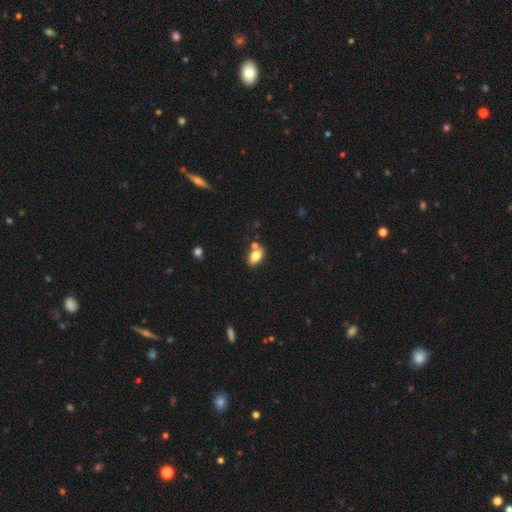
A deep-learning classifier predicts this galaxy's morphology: This appears to be a smooth galaxy with no disk features (77%) that is in between round and cigar-shaped (88%). Merging: none (66%).